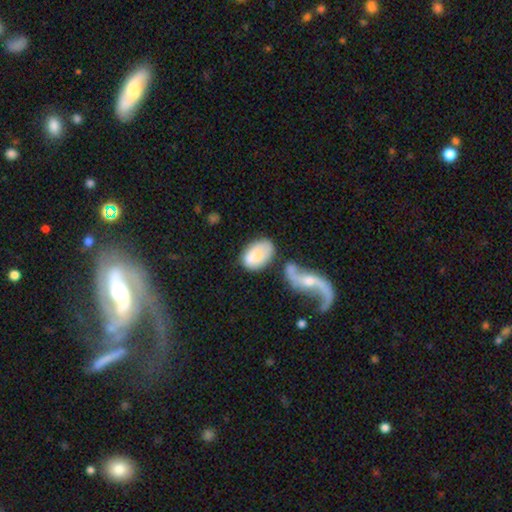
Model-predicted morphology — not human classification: A smooth galaxy with no disk features (72%) that is in between round and cigar-shaped (91%). Merging: none (38%).